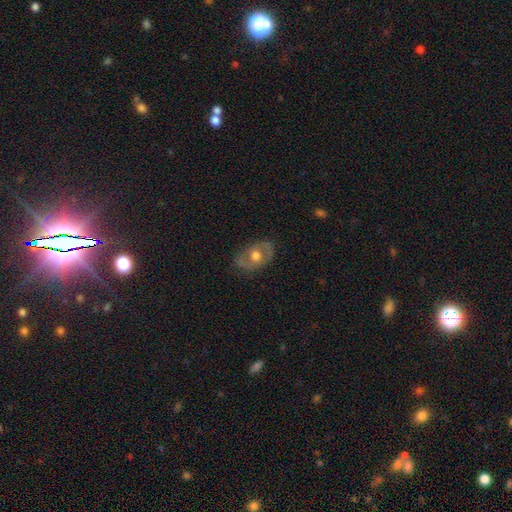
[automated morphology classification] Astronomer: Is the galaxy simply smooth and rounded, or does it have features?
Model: featured or disk — 61%.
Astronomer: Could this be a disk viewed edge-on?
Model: no — 92%.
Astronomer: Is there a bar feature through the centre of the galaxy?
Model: no — 77%.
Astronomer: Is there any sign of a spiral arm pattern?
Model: no — 60% (runner-up: yes, 40%).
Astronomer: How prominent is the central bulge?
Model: moderate — 70%.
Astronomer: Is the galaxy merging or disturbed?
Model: none — 79%.